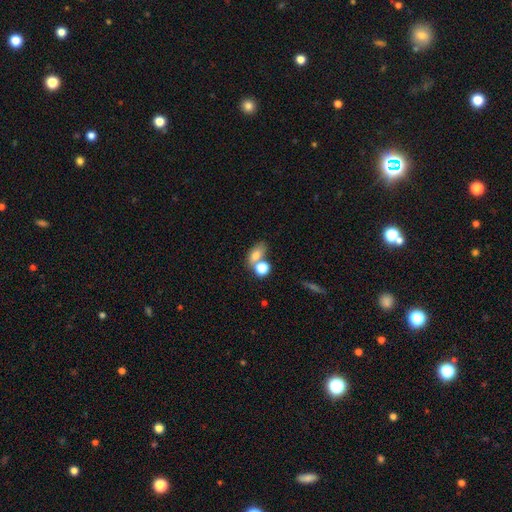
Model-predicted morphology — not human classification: This appears to be a smooth galaxy with no disk features (74%) that is in between round and cigar-shaped (73%). Merging: merger (44%).